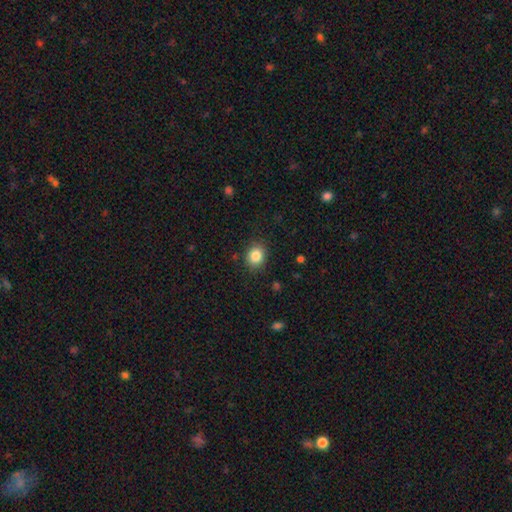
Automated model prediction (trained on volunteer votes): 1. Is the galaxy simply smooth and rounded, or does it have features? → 84% smooth, 10% star or artifact, 5% featured or disk.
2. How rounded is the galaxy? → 64% round, 35% in between, 1% cigar-shaped.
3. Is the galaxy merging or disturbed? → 86% none, 10% minor disturbance, 3% major disturbance, 1% merger.